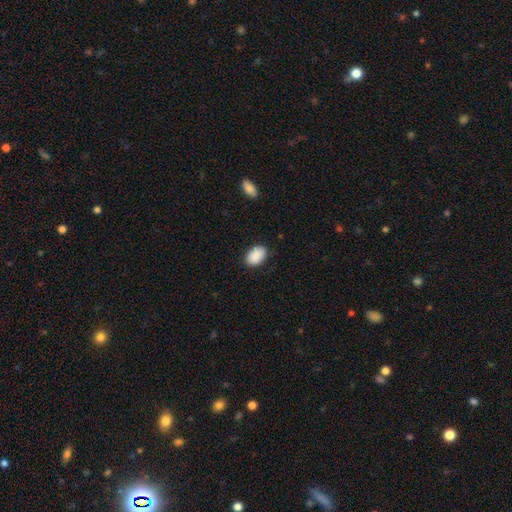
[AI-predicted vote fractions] A smooth galaxy with no disk features (91%) that is in between round and cigar-shaped (87%).

Vote fractions:
- Smooth or featured? smooth: 91% / star or artifact: 7% / featured or disk: 3%
- How rounded? in between: 87% / round: 12% / cigar-shaped: 1%
- Merging? none: 85% / minor disturbance: 12% / major disturbance: 3% / merger: 1%